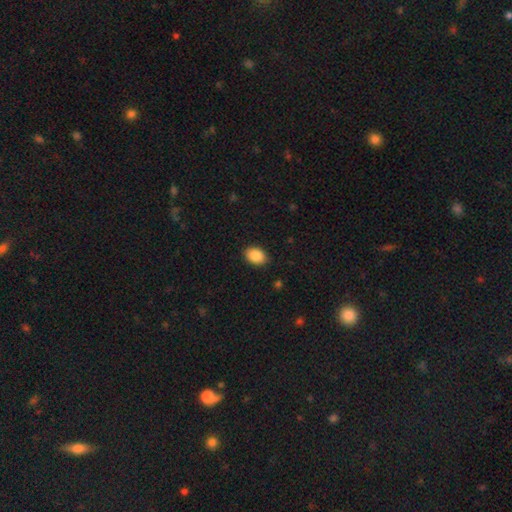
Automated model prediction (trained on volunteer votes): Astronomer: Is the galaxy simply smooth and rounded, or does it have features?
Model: smooth — 88%.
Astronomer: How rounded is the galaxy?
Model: in between — 77%.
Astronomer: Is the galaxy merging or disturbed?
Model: none — 89%.